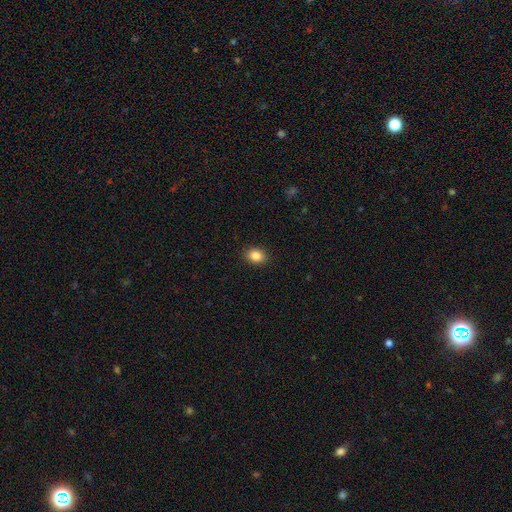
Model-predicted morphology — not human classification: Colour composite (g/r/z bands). It shows a smooth galaxy with no disk features (86%) that is in between round and cigar-shaped (60%). Merging: none (90%).